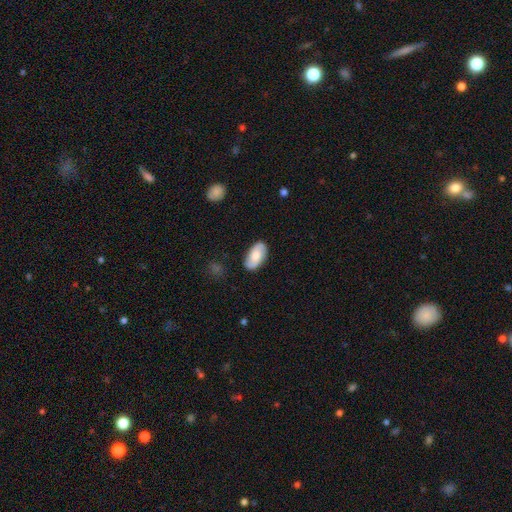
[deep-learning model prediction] smooth_or_featured: smooth (p=0.47) [alt: featured or disk p=0.45]
merging: none (p=0.83) [alt: minor disturbance p=0.12]